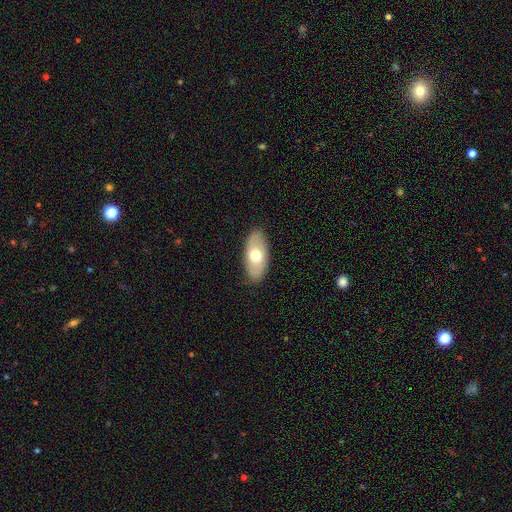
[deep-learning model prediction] Overall: smooth (62%; featured or disk 32%). How rounded: in between (92%). Merging: none (85%).